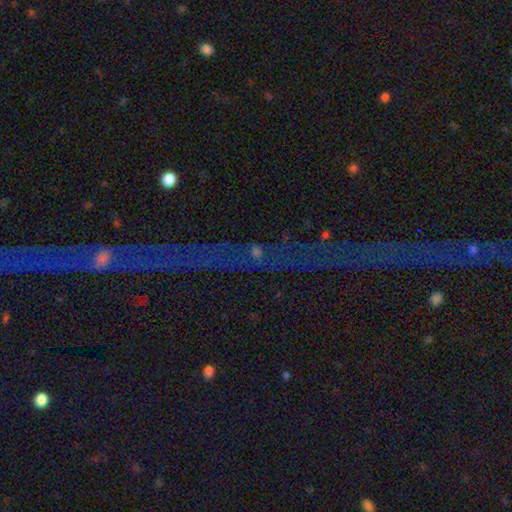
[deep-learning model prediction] Overall: star or artifact (75%).